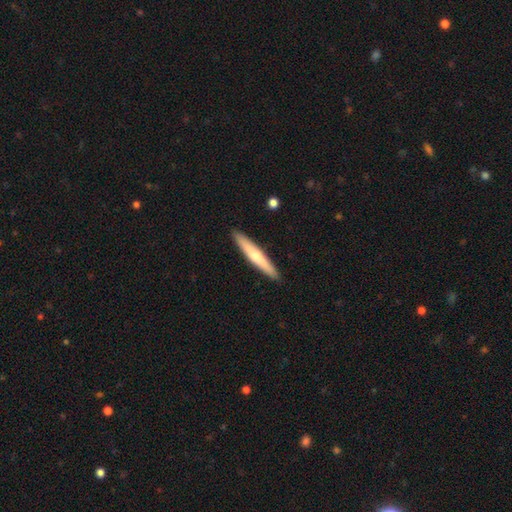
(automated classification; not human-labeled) smooth-or-featured: smooth: 54% | featured or disk: 41% | star or artifact: 5%
  how-rounded: cigar-shaped: 93% | in between: 5% | round: 1%
  merging: none: 91% | minor disturbance: 6% | major disturbance: 1% | merger: 1%